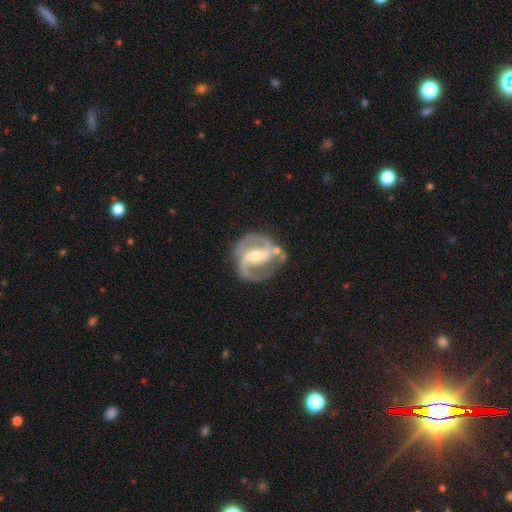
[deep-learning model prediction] Q: Smooth or featured?
A: featured or disk (91%); runner-up: smooth (5%)
Q: Edge-on disk?
A: no (98%); runner-up: yes (2%)
Q: Bar?
A: strong (45%); runner-up: weak (37%)
Q: Spiral arms?
A: yes (97%); runner-up: no (3%)
Q: Spiral winding?
A: medium (59%); runner-up: tight (23%)
Q: Spiral arm count?
A: 2 (89%); runner-up: 3 (5%)
Q: Bulge size?
A: moderate (54%); runner-up: small (41%)
Q: Merging?
A: none (70%); runner-up: minor disturbance (17%)